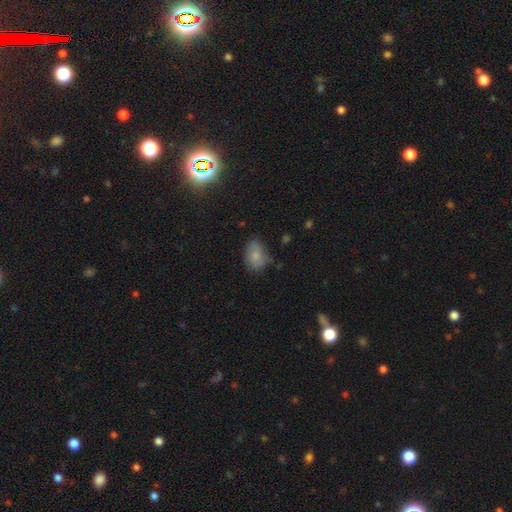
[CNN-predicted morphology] smooth_or_featured: smooth (p=0.76) [alt: featured or disk p=0.14]
how_rounded: in between (p=0.79) [alt: round p=0.19]
merging: none (p=0.60) [alt: minor disturbance p=0.29]